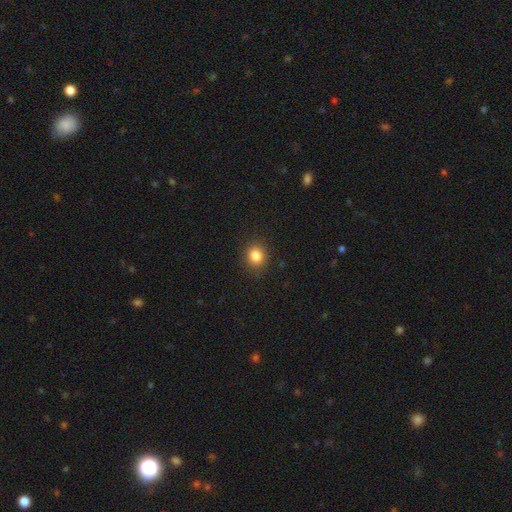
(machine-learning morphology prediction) A smooth galaxy with no disk features (84%) that is round (75%).

Vote fractions:
- Smooth or featured? smooth: 84% / star or artifact: 11% / featured or disk: 5%
- How rounded? round: 75% / in between: 24% / cigar-shaped: 1%
- Merging? none: 89% / minor disturbance: 8% / major disturbance: 2% / merger: 1%